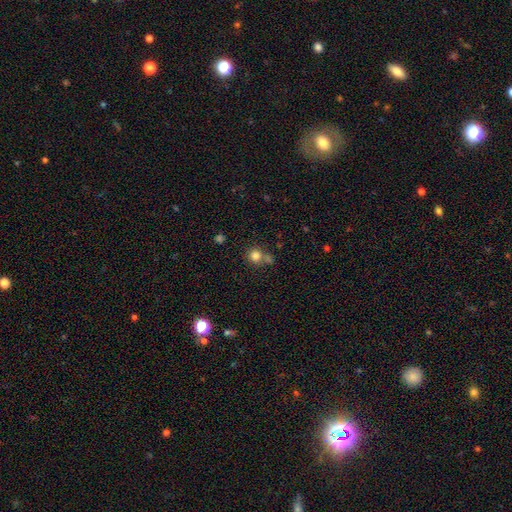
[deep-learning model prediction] A smooth galaxy with no disk features (81%) that is round (89%). Merging: none (60%).